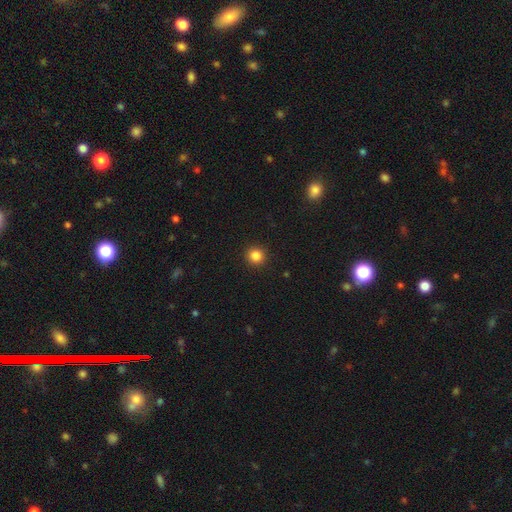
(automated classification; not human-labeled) smooth_or_featured: smooth (p=0.85) [alt: star or artifact p=0.11]
how_rounded: round (p=0.93) [alt: in between p=0.06]
merging: none (p=0.93) [alt: minor disturbance p=0.04]